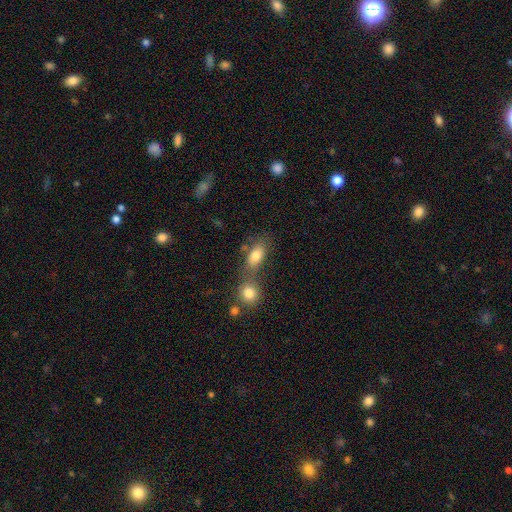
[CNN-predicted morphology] smooth 78%, featured or disk 12%, star or artifact 10%. Down the decision tree: how rounded — in between (80%); merging — none (43%).